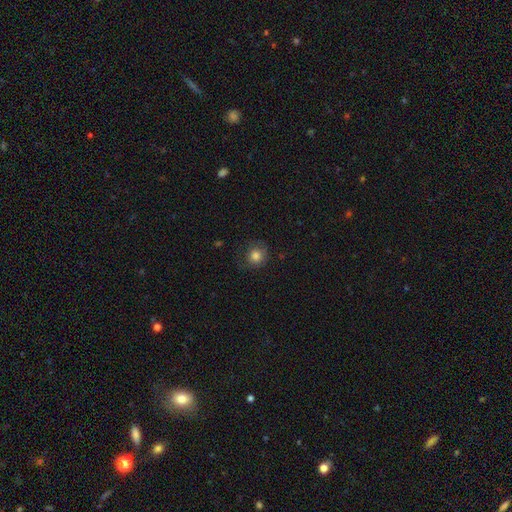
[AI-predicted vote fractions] Smooth or featured? Predicted: smooth (p=0.81). How rounded? Predicted: round (p=0.87). Merging? Predicted: none (p=0.72).